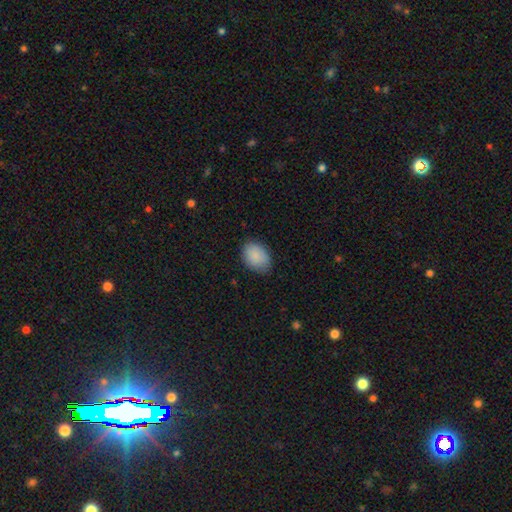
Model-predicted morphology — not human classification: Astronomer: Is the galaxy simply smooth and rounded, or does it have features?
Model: smooth — 88%.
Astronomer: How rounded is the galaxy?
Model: in between — 78%.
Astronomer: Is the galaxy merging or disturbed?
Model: none — 78%.